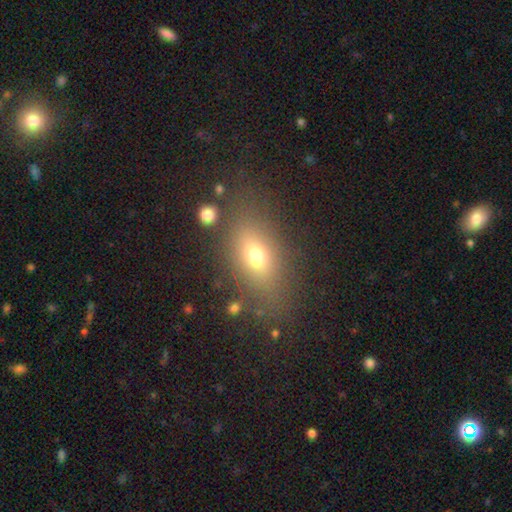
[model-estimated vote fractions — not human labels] Q: Smooth or featured?
A: smooth (66%); runner-up: featured or disk (19%)
Q: How rounded?
A: in between (74%); runner-up: round (13%)
Q: Merging?
A: none (76%); runner-up: minor disturbance (13%)